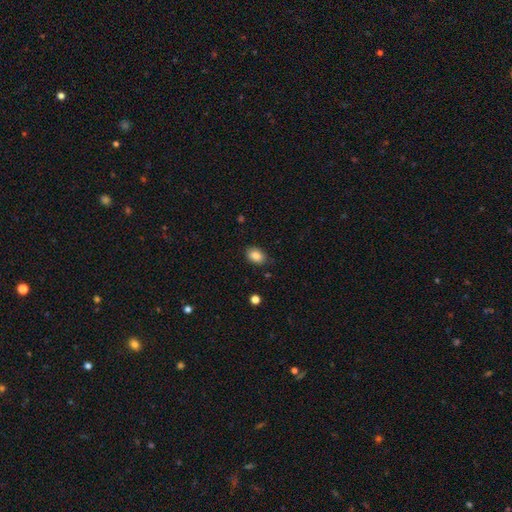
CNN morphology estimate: This appears to be a smooth galaxy with no disk features (86%) that is in between round and cigar-shaped (79%). Merging: none (82%).